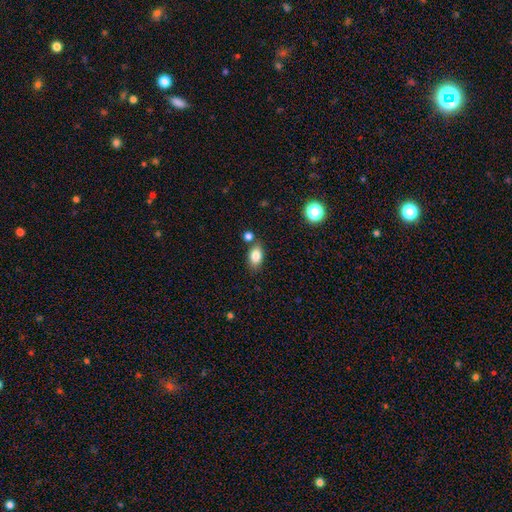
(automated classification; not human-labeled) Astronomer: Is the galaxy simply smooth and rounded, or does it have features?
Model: smooth — 83%.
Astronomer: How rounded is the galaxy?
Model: in between — 87%.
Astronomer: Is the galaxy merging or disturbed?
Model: none — 75%.